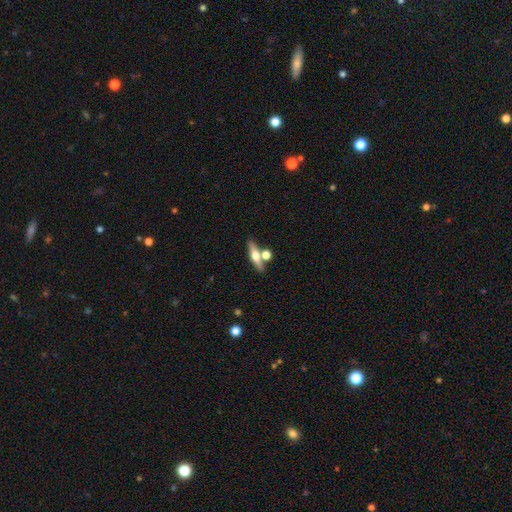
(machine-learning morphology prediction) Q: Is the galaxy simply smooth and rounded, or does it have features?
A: featured or disk — 54%.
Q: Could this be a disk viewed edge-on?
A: yes — 91%.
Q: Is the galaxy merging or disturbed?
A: none — 67%.